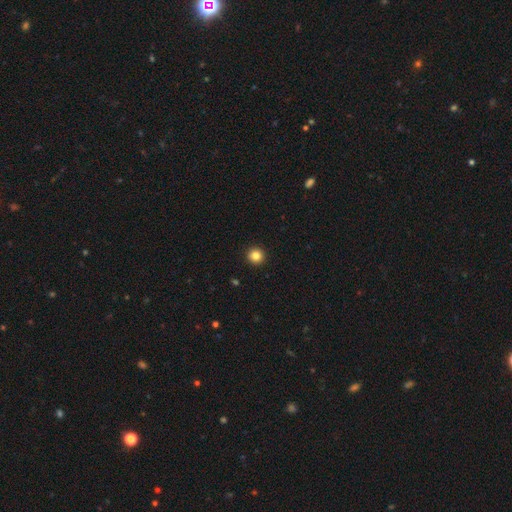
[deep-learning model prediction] Smooth or featured? Predicted: smooth (p=0.84). How rounded? Predicted: round (p=0.95). Merging? Predicted: none (p=0.94).